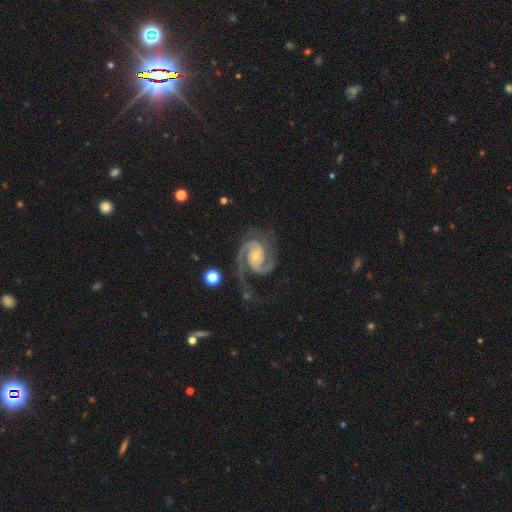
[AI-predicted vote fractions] Morphology: type=featured or disk (93%); edge-on=no (98%); bar=no (59%); spiral arms=yes (99%); winding=medium (50%); arm count=2 (84%); bulge=small (60%); merging=none (59%).